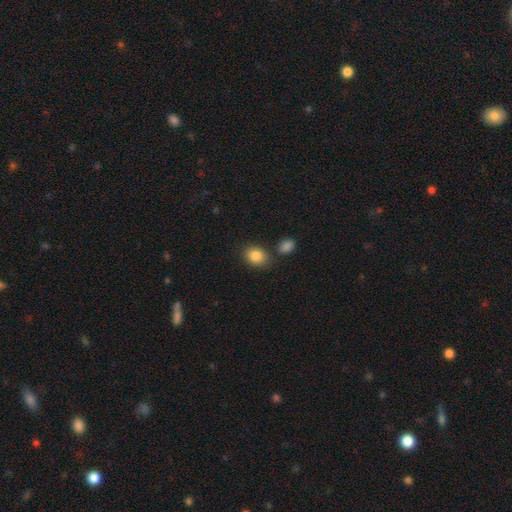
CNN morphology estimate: smooth-or-featured: smooth: 86% | star or artifact: 8% | featured or disk: 6%
  how-rounded: in between: 64% | round: 35% | cigar-shaped: 1%
  merging: none: 75% | minor disturbance: 13% | merger: 9% | major disturbance: 3%